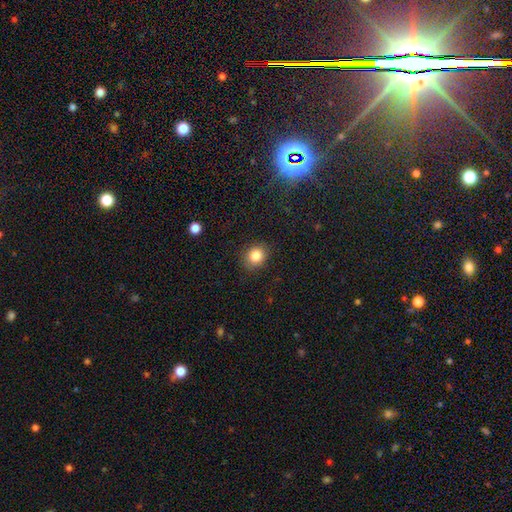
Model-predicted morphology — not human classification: A smooth galaxy with no disk features (85%) that is round (71%).

Vote fractions:
- Smooth or featured? smooth: 85% / star or artifact: 10% / featured or disk: 5%
- How rounded? round: 71% / in between: 28% / cigar-shaped: 1%
- Merging? none: 86% / minor disturbance: 10% / major disturbance: 3% / merger: 1%